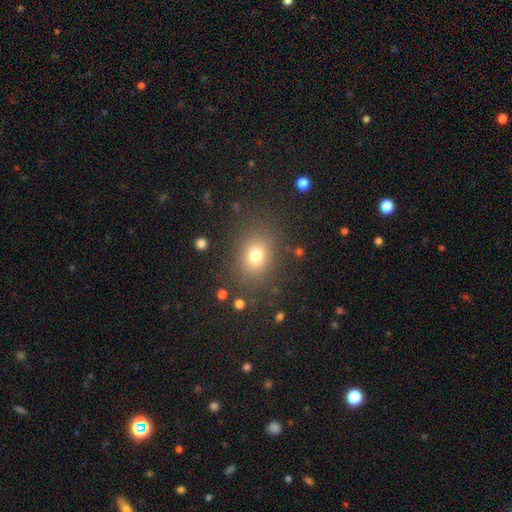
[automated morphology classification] Overall: smooth (75%). How rounded: round (51%; in between 48%). Merging: none (83%).